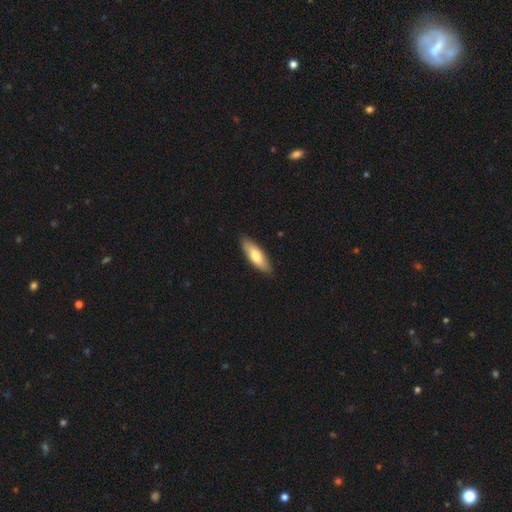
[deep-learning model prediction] Smooth or featured: smooth — 73% (featured or disk — 22%)
How rounded: in between — 59% (cigar-shaped — 39%)
Merging: none — 87% (minor disturbance — 10%)